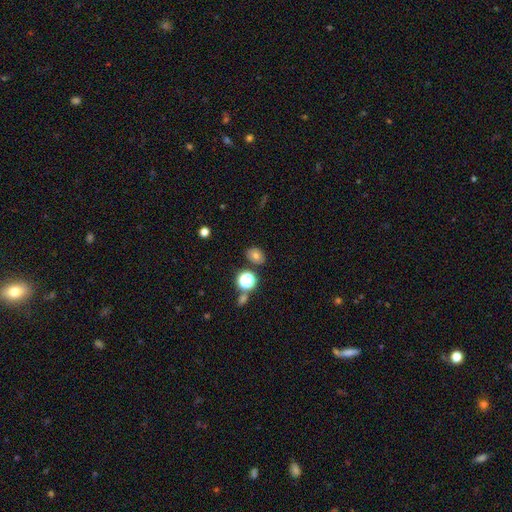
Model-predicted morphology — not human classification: smooth_or_featured: smooth (p=0.69) [alt: star or artifact p=0.19]
how_rounded: in between (p=0.57) [alt: round p=0.41]
merging: none (p=0.82) [alt: minor disturbance p=0.10]